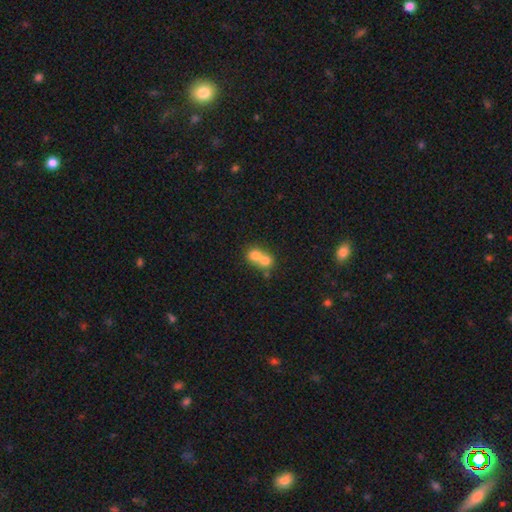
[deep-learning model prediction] A smooth galaxy with no disk features (72%) that is round (76%).

Vote fractions:
- Smooth or featured? smooth: 72% / featured or disk: 18% / star or artifact: 10%
- How rounded? round: 76% / in between: 23% / cigar-shaped: 1%
- Merging? merger: 71% / none: 23% / minor disturbance: 4% / major disturbance: 2%